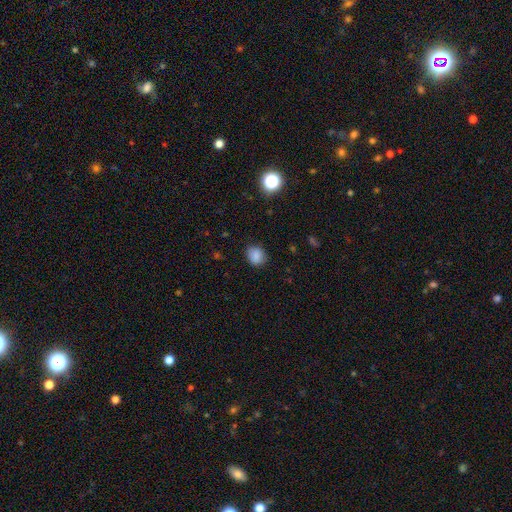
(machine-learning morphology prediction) This is clearly a smooth galaxy (85%). How rounded: likely round (60%). Merging: clearly none (81%).